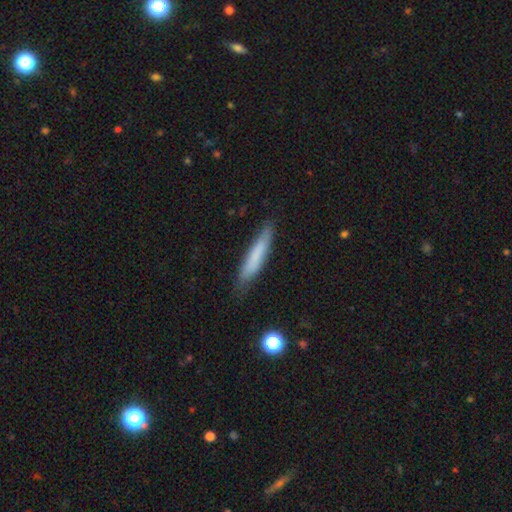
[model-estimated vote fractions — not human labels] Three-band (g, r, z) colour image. It shows a smooth galaxy with no disk features (71%) that is cigar-shaped (91%). Merging: none (82%).